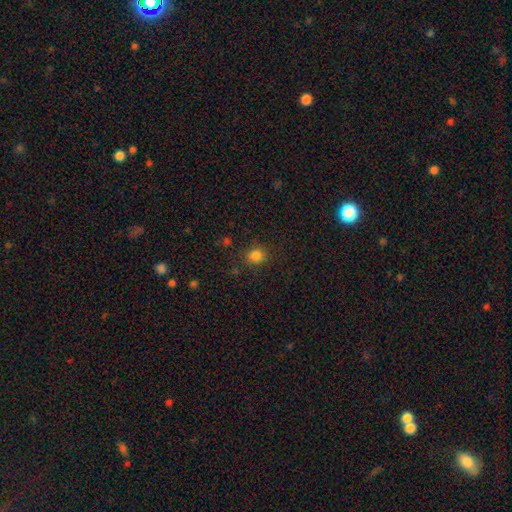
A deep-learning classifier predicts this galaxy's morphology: Smooth or featured? smooth (83%)
How rounded? round (80%)
Merging? none (85%)